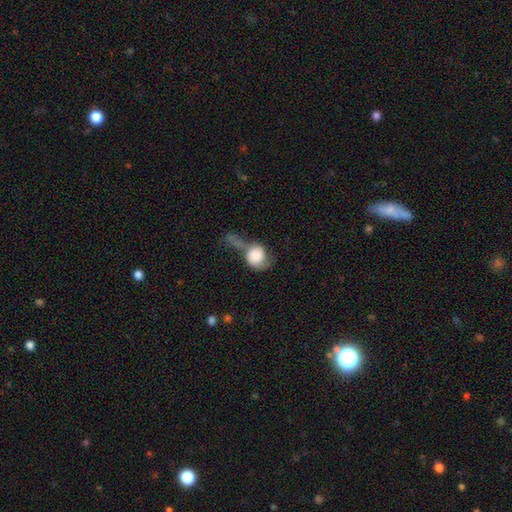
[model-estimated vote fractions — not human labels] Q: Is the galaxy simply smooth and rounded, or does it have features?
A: smooth — 63%.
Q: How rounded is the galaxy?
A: round — 74%.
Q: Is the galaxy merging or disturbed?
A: major disturbance — 37%.